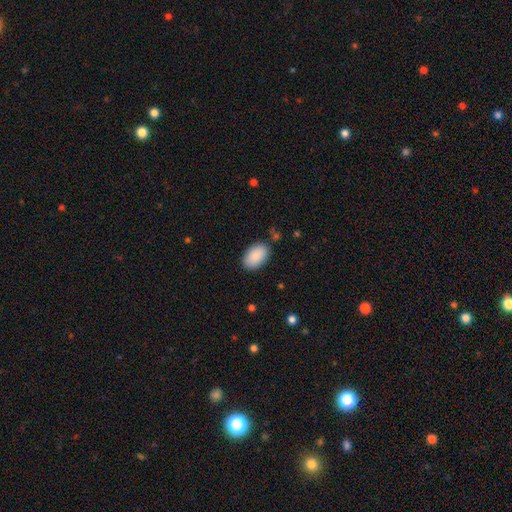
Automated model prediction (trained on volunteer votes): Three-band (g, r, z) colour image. It shows a smooth galaxy with no disk features (90%) that is in between round and cigar-shaped (93%). Merging: none (85%).